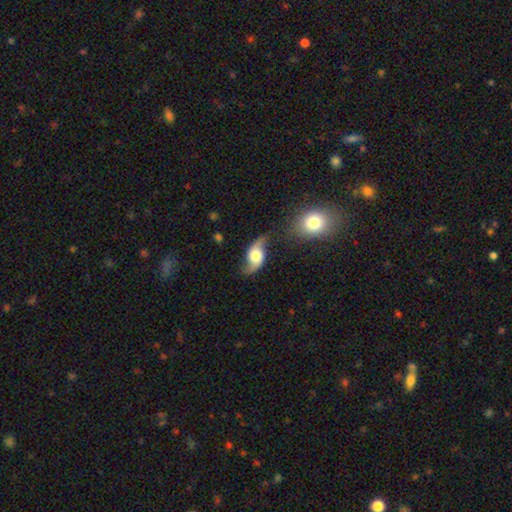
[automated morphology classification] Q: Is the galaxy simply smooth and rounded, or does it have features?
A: featured or disk — 76%.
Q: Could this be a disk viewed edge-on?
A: no — 93%.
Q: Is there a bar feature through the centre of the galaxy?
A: no — 66%.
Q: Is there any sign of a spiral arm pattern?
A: yes — 93%.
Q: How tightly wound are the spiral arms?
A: loose — 75%.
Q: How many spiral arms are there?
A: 2 — 93%.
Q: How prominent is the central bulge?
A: large — 45%.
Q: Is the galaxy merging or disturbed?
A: none — 66%.